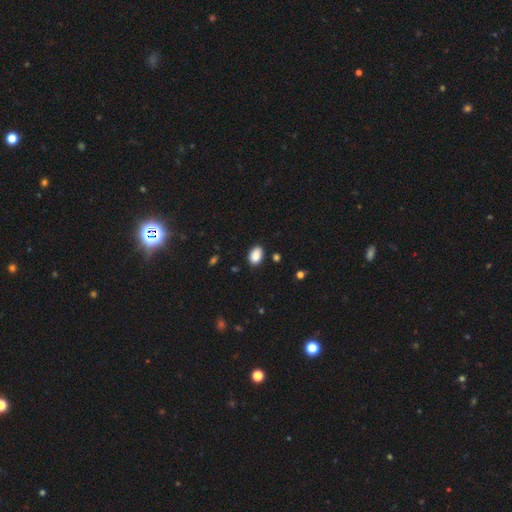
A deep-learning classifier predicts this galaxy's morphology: A smooth galaxy with no disk features (89%) that is in between round and cigar-shaped (88%). Merging: none (85%).